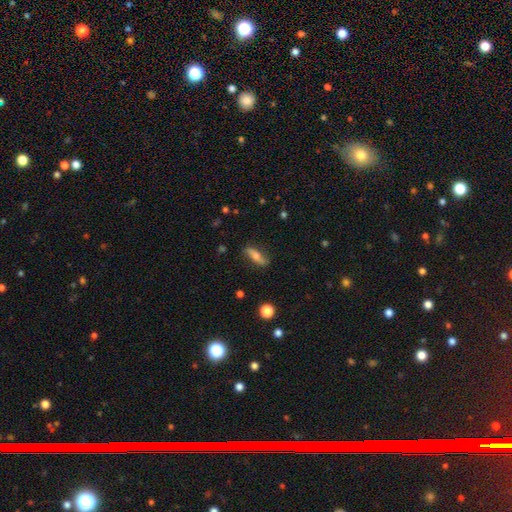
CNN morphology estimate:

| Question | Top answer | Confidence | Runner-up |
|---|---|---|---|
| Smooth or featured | smooth | 48% | featured or disk (44%) |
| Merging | none | 79% | minor disturbance (16%) |